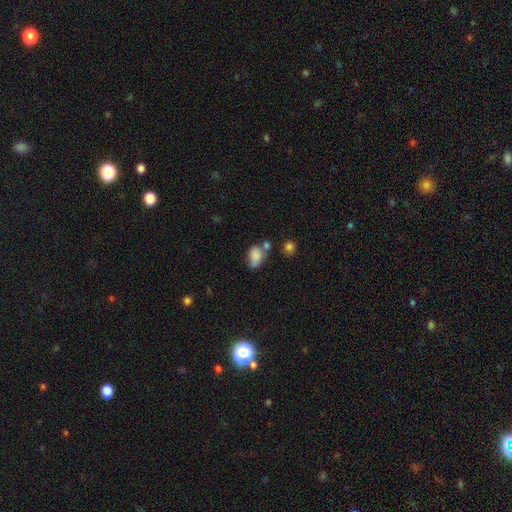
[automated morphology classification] Q: Smooth or featured?
A: smooth (82%); runner-up: star or artifact (9%)
Q: How rounded?
A: in between (84%); runner-up: round (14%)
Q: Merging?
A: none (41%); runner-up: minor disturbance (26%)